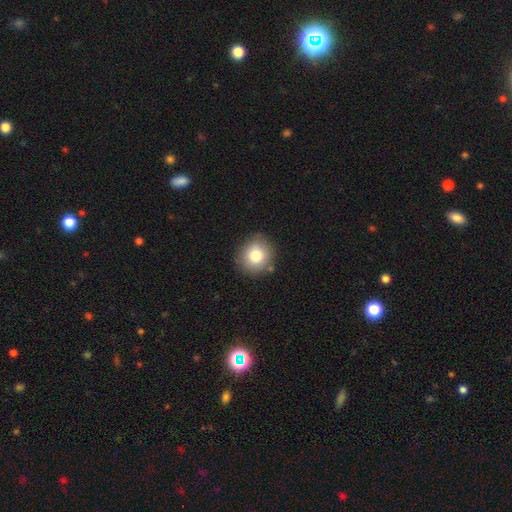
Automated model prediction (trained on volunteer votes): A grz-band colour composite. It shows a smooth galaxy with no disk features (78%) that is round (86%). Merging: none (84%).